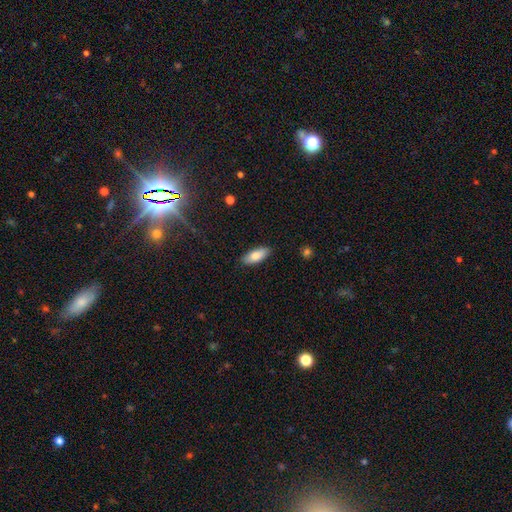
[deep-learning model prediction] smooth 79%, featured or disk 14%, star or artifact 6%. Down the decision tree: how rounded — in between (78%); merging — none (87%).